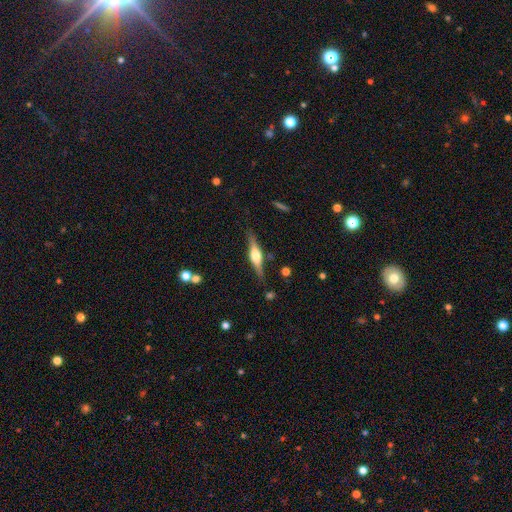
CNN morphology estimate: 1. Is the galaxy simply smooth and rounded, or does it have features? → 71% featured or disk, 23% smooth, 6% star or artifact.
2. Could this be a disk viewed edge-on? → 96% yes, 4% no.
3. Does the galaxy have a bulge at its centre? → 88% rounded, 10% boxy, 2% none.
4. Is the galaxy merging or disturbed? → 85% none, 11% minor disturbance, 3% major disturbance, 2% merger.